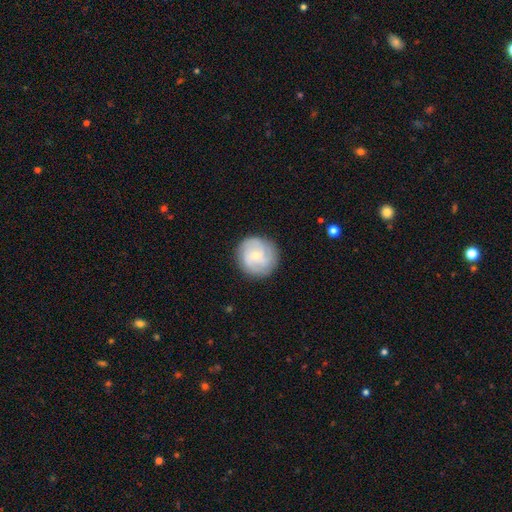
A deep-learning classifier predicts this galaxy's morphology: Q: Smooth or featured?
A: featured or disk (63%); runner-up: smooth (31%)
Q: Edge-on disk?
A: no (98%); runner-up: yes (2%)
Q: Bar?
A: no (66%); runner-up: weak (29%)
Q: Spiral arms?
A: yes (89%); runner-up: no (11%)
Q: Spiral winding?
A: tight (52%); runner-up: medium (36%)
Q: Spiral arm count?
A: 3 (32%); runner-up: can't tell (27%)
Q: Bulge size?
A: small (73%); runner-up: moderate (24%)
Q: Merging?
A: none (86%); runner-up: minor disturbance (10%)